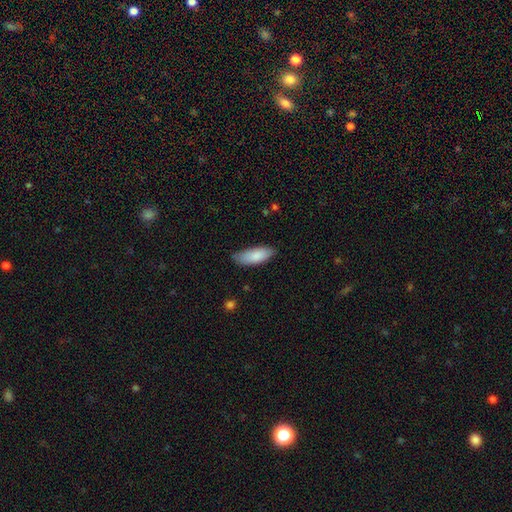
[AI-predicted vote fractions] Smooth or featured?
  - smooth: 86% *
  - featured or disk: 9%
  - star or artifact: 6%
How rounded?
  - in between: 71% *
  - cigar-shaped: 27%
  - round: 2%
Merging?
  - none: 72% *
  - minor disturbance: 23%
  - major disturbance: 3%
  - merger: 1%